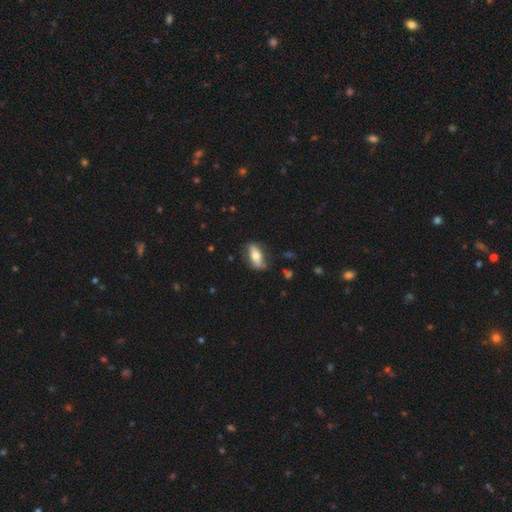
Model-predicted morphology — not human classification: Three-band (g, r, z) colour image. It shows a smooth galaxy with no disk features (55%) that is in between round and cigar-shaped (75%). Merging: none (75%).